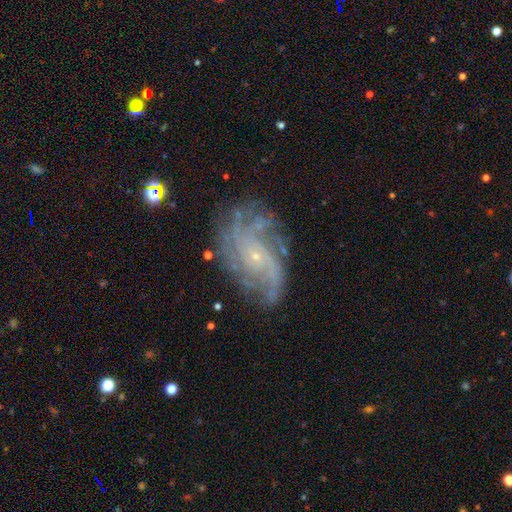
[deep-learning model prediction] smooth-or-featured: featured or disk: 84% | star or artifact: 8% | smooth: 8%
  disk-edge-on: no: 96% | yes: 4%
    bar: no: 75% | weak: 20% | strong: 4%
    has-spiral-arms: yes: 95% | no: 5%
      spiral-winding: medium: 41% | tight: 40% | loose: 19%
      spiral-arm-count: can't tell: 29% | 4: 20% | 3: 16% | 2: 15% | more than 4: 12% | 1: 7%
    bulge-size: small: 86% | moderate: 8% | none: 4% | large: 1% | dominant: 1%
  merging: none: 70% | minor disturbance: 19% | major disturbance: 9% | merger: 2%